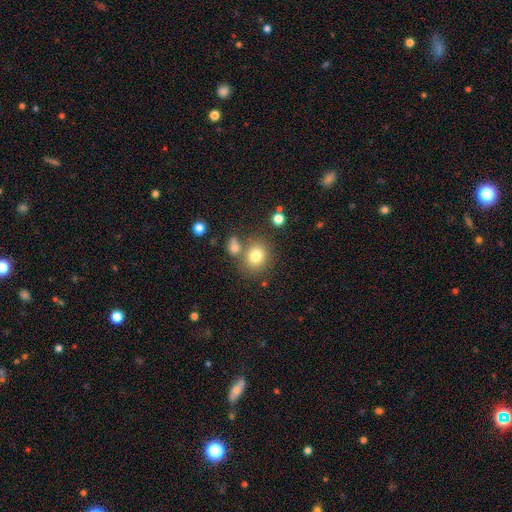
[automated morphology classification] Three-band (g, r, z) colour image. It shows a smooth galaxy with no disk features (78%) that is round (70%). Merging: none (67%).